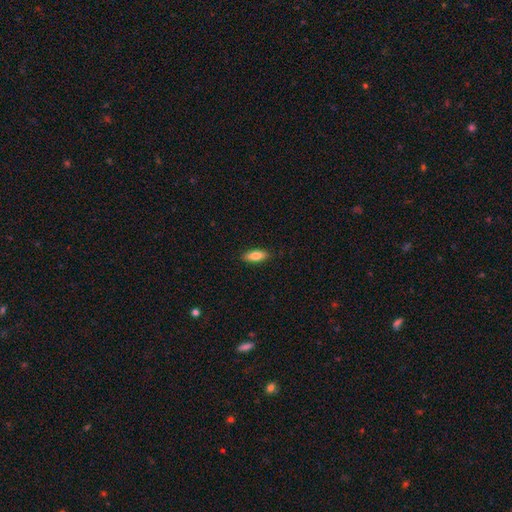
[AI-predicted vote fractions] Smooth or featured? smooth (82%)
How rounded? in between (72%)
Merging? none (88%)